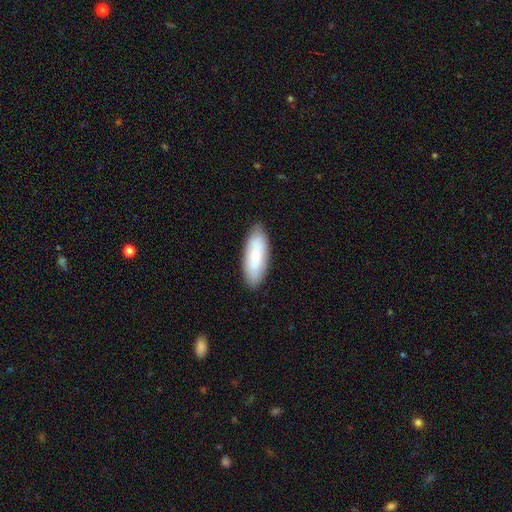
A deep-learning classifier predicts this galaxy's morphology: Smooth or featured: smooth — 72% (featured or disk — 23%)
How rounded: in between — 75% (cigar-shaped — 23%)
Merging: none — 85% (minor disturbance — 11%)